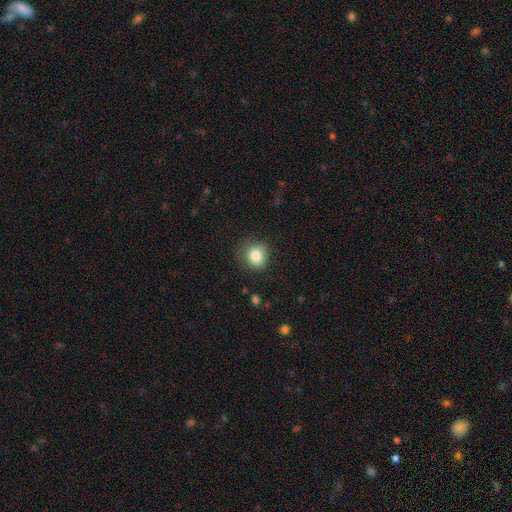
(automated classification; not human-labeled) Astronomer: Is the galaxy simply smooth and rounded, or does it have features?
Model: smooth — 84%.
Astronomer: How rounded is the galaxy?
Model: round — 78%.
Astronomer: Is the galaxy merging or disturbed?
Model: none — 71%.